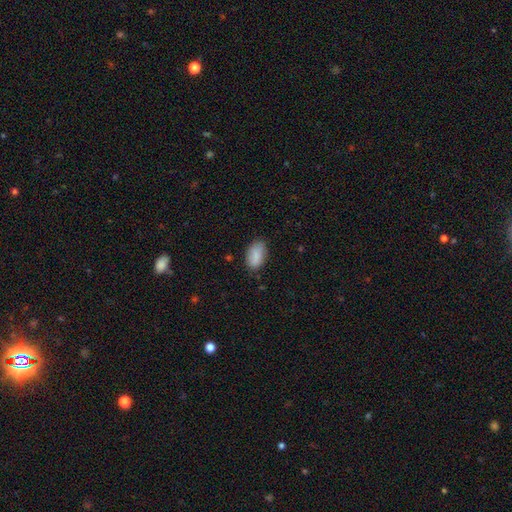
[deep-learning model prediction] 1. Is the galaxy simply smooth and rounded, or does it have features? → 86% smooth, 7% star or artifact, 7% featured or disk.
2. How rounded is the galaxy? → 93% in between, 5% round, 2% cigar-shaped.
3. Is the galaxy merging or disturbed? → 77% none, 19% minor disturbance, 4% major disturbance, 1% merger.